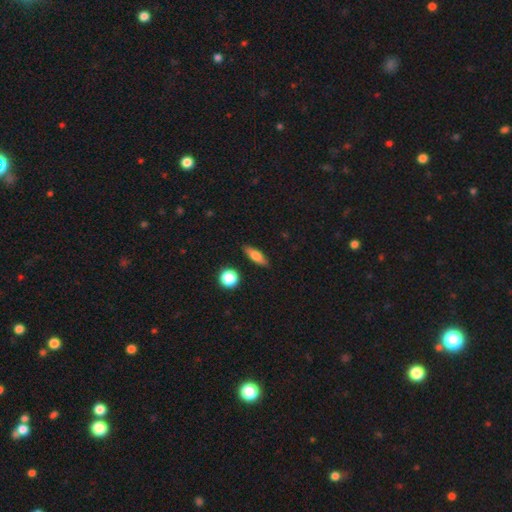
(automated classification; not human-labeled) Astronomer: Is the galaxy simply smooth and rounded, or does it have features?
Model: smooth — 70%.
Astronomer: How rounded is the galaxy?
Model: in between — 50% (runner-up: cigar-shaped, 43%).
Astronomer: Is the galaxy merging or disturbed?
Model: none — 87%.